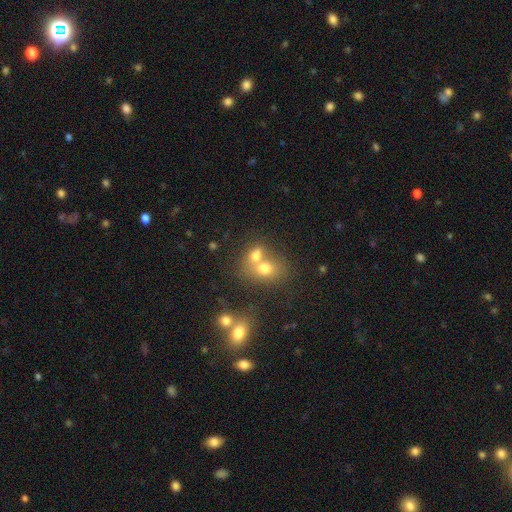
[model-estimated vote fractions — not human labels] smooth 69%, featured or disk 17%, star or artifact 14%. Down the decision tree: how rounded — in between (55%); merging — merger (60%).